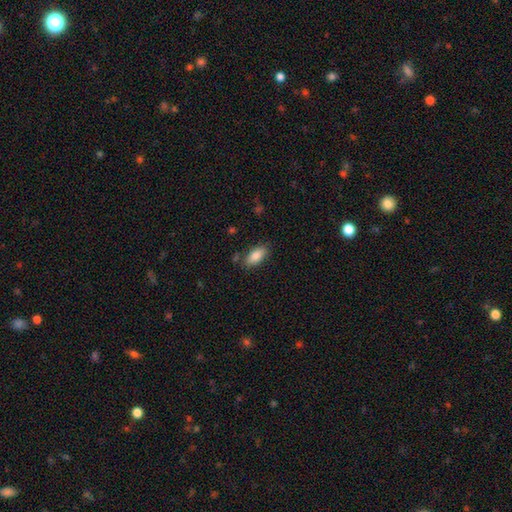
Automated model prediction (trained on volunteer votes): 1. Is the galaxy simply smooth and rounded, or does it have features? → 86% smooth, 7% star or artifact, 7% featured or disk.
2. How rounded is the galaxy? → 90% in between, 8% cigar-shaped, 2% round.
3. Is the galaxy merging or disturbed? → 79% none, 14% minor disturbance, 3% major disturbance, 3% merger.